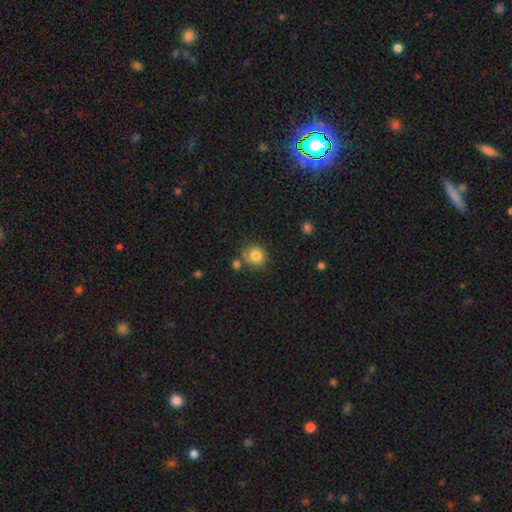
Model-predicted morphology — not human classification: Smooth or featured: smooth — 82% (star or artifact — 10%)
How rounded: round — 86% (in between — 13%)
Merging: none — 69% (minor disturbance — 15%)